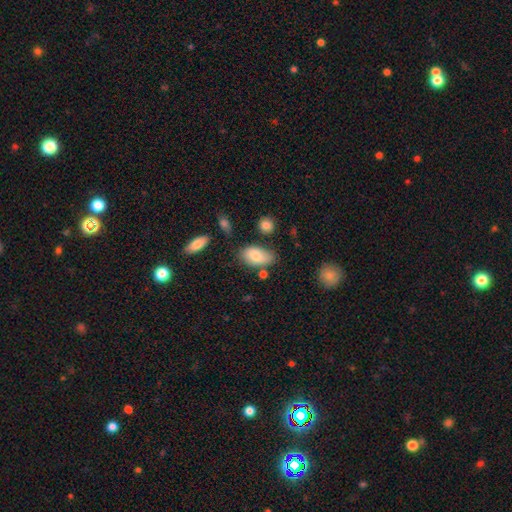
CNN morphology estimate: smooth-or-featured: smooth: 79% | featured or disk: 14% | star or artifact: 7%
  how-rounded: in between: 93% | round: 5% | cigar-shaped: 2%
  merging: none: 64% | minor disturbance: 24% | merger: 6% | major disturbance: 6%